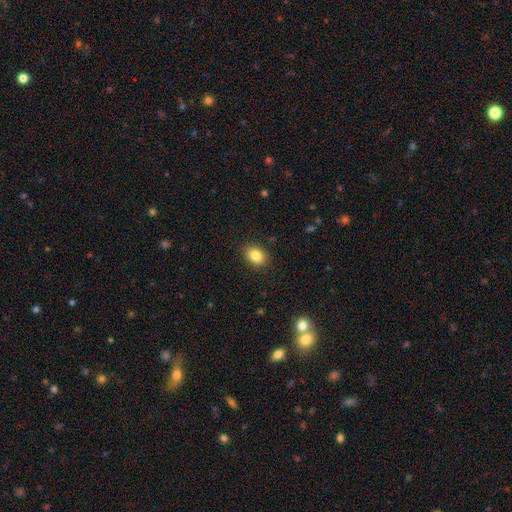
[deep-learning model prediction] smooth 85%, star or artifact 9%, featured or disk 6%. Down the decision tree: how rounded — in between (66%); merging — none (88%).